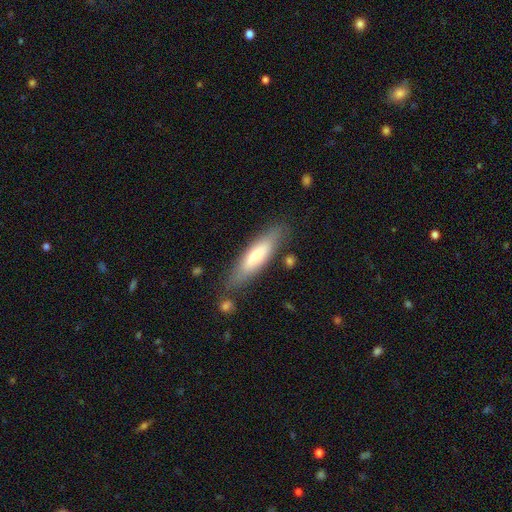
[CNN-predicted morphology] smooth-or-featured: smooth: 69% | featured or disk: 25% | star or artifact: 6%
  how-rounded: cigar-shaped: 68% | in between: 31% | round: 1%
  merging: none: 79% | minor disturbance: 14% | major disturbance: 3% | merger: 3%